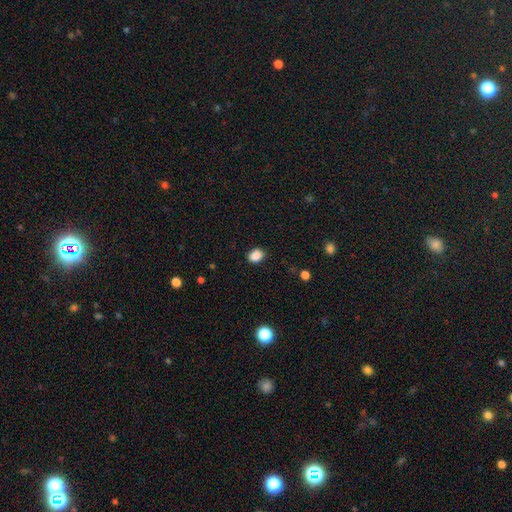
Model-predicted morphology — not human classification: type=smooth (87%); roundness=in between (59%); merging=none (88%).